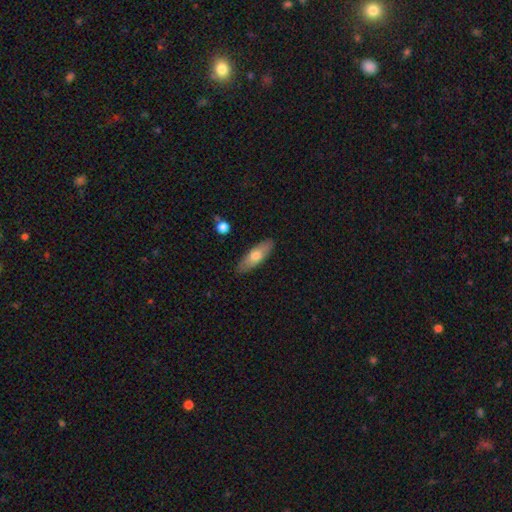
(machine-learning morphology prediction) type=smooth (65%); roundness=in between (60%); merging=none (87%).